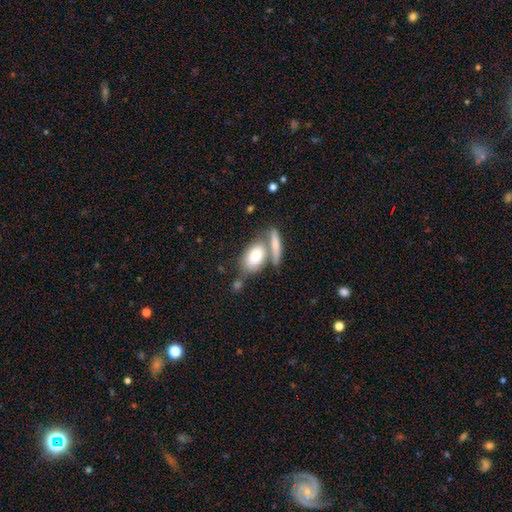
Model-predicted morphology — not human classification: Smooth or featured?
  - smooth: 76% *
  - featured or disk: 18%
  - star or artifact: 6%
How rounded?
  - in between: 85% *
  - round: 8%
  - cigar-shaped: 7%
Merging?
  - none: 43% *
  - merger: 40%
  - minor disturbance: 12%
  - major disturbance: 5%